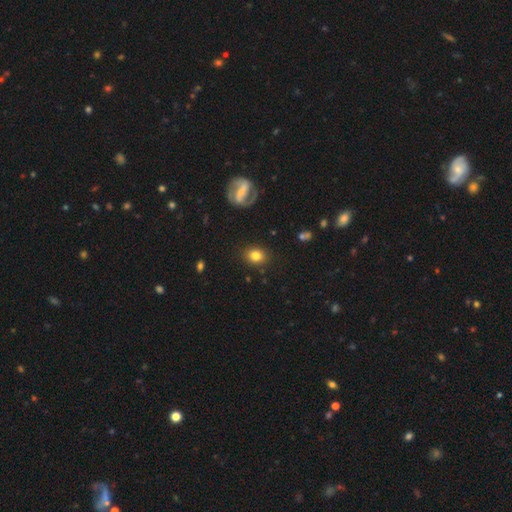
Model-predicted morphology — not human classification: smooth 77%, featured or disk 13%, star or artifact 10%. Down the decision tree: how rounded — round (55%); merging — none (86%).